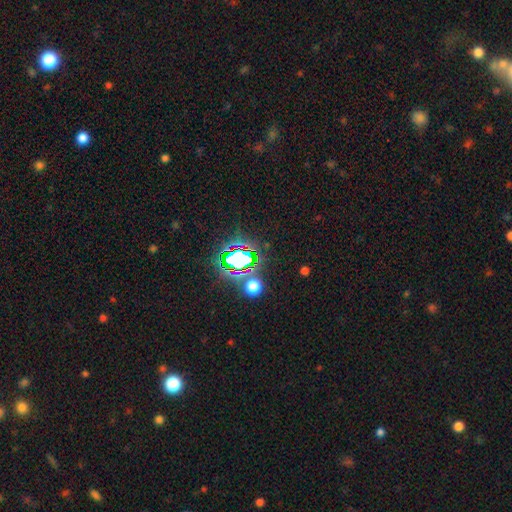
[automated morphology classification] A star or artifact, not a galaxy (81%).